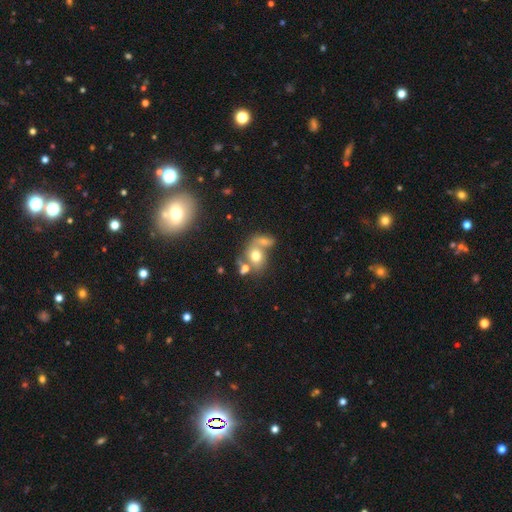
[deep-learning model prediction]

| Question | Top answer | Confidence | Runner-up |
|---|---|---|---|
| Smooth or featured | smooth | 65% | featured or disk (22%) |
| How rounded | round | 53% | in between (45%) |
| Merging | merger | 52% | none (31%) |